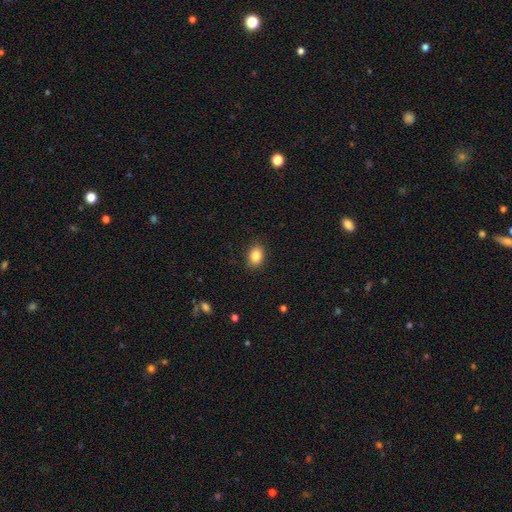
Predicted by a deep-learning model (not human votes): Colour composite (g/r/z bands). It shows a smooth galaxy with no disk features (86%) that is in between round and cigar-shaped (74%). Merging: none (87%).